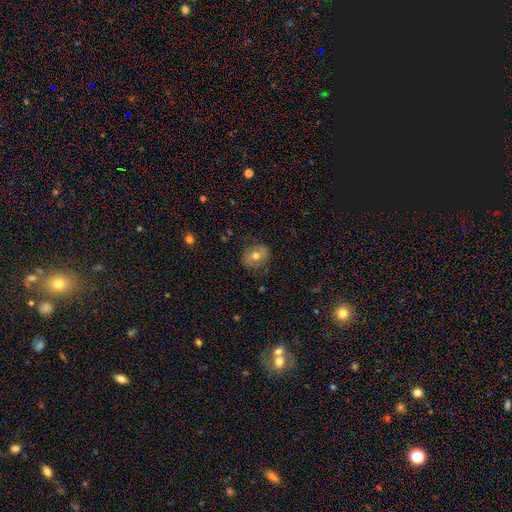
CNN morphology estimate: Smooth or featured? Predicted: smooth (p=0.60). How rounded? Predicted: round (p=0.67). Merging? Predicted: none (p=0.79).